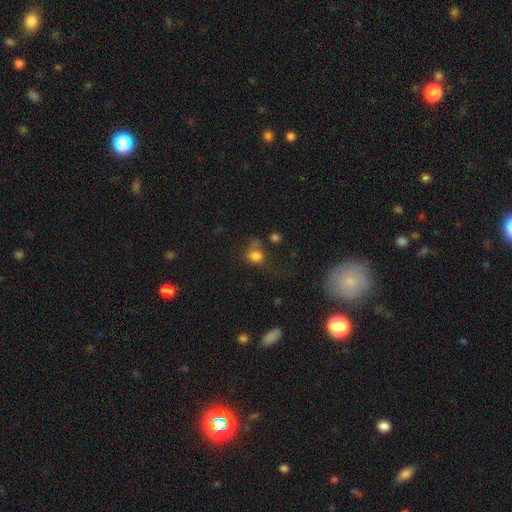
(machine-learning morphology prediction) A smooth galaxy with no disk features (77%) that is round (68%).

Vote fractions:
- Smooth or featured? smooth: 77% / star or artifact: 14% / featured or disk: 9%
- How rounded? round: 68% / in between: 31% / cigar-shaped: 1%
- Merging? none: 45% / minor disturbance: 22% / major disturbance: 20% / merger: 13%